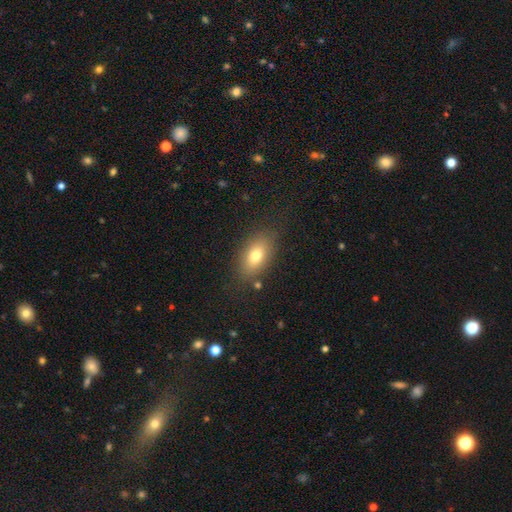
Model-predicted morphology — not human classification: type=smooth (76%); roundness=in between (87%); merging=none (81%).